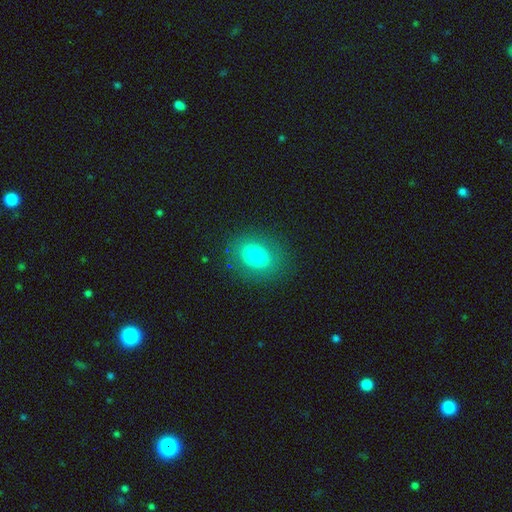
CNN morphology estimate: A smooth galaxy with no disk features (73%) that is in between round and cigar-shaped (65%).

Vote fractions:
- Smooth or featured? smooth: 73% / featured or disk: 18% / star or artifact: 9%
- How rounded? in between: 65% / round: 34% / cigar-shaped: 1%
- Merging? none: 82% / minor disturbance: 11% / major disturbance: 5% / merger: 1%